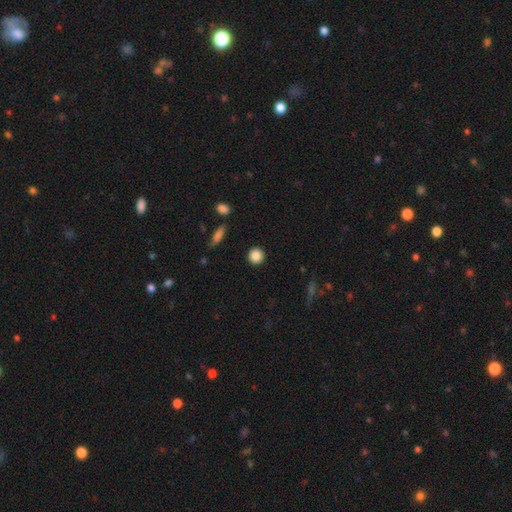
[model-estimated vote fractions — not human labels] A smooth galaxy with no disk features (87%) that is round (92%).

Vote fractions:
- Smooth or featured? smooth: 87% / star or artifact: 9% / featured or disk: 4%
- How rounded? round: 92% / in between: 7% / cigar-shaped: 1%
- Merging? none: 91% / minor disturbance: 5% / major disturbance: 2% / merger: 1%